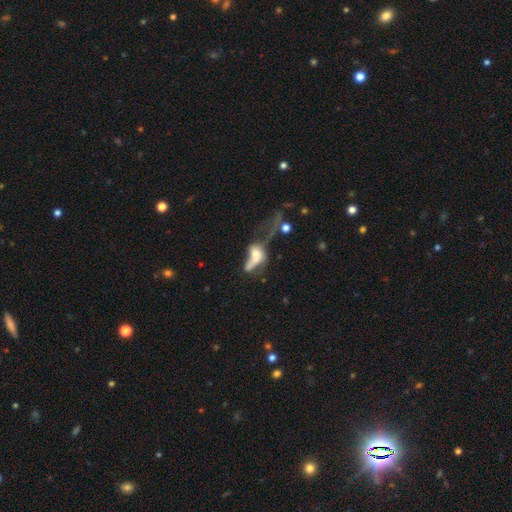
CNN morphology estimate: Q: Smooth or featured?
A: smooth (47%); runner-up: featured or disk (40%)
Q: Merging?
A: merger (44%); runner-up: major disturbance (34%)